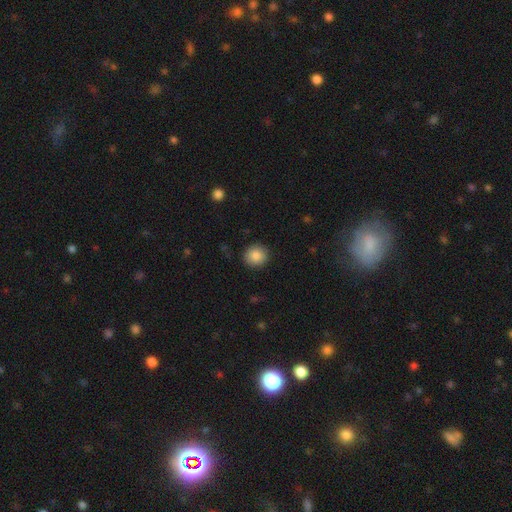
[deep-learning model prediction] Smooth or featured: smooth — 87% (star or artifact — 8%)
How rounded: round — 91% (in between — 8%)
Merging: none — 90% (minor disturbance — 7%)